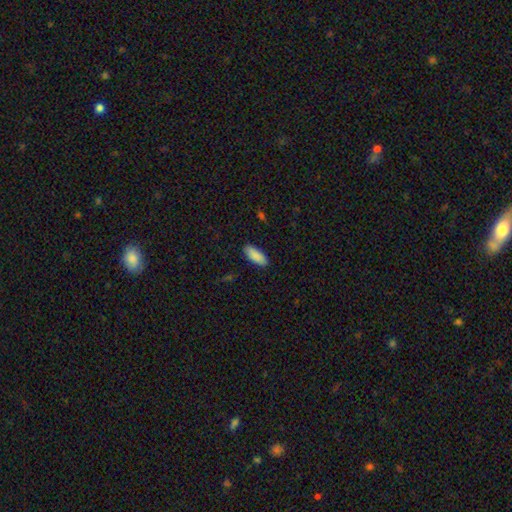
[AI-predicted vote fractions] The model was most divided on "how rounded": in between: 78%, cigar-shaped: 21%, round: 2%. More confident: smooth or featured — smooth (90%); merging — none (88%).